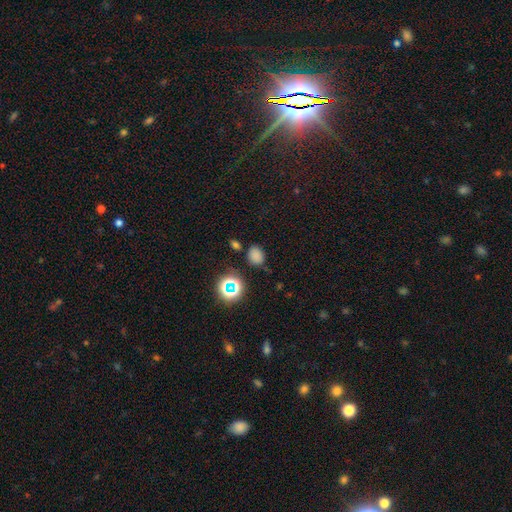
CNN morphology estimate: A smooth galaxy with no disk features (73%) that is in between round and cigar-shaped (53%). Merging: none (77%).